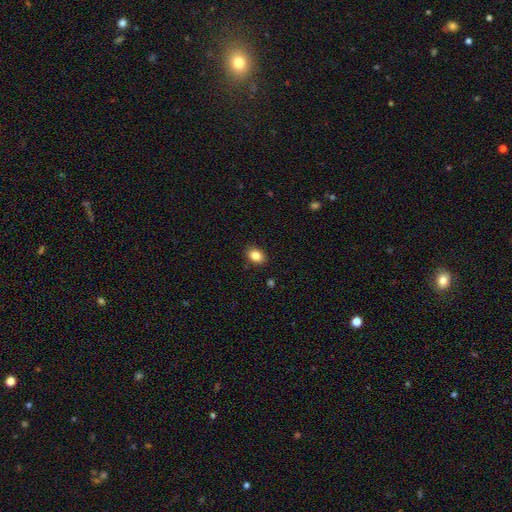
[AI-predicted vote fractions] Overall: smooth (84%). How rounded: in between (68%; round 31%). Merging: none (88%).